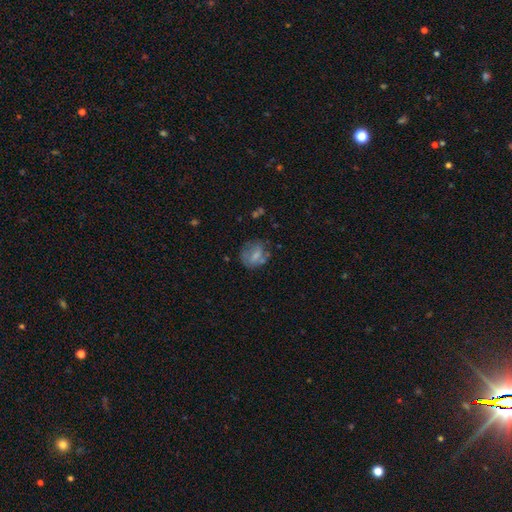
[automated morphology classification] A smooth galaxy with no disk features (60%) that is round (65%).

Vote fractions:
- Smooth or featured? smooth: 60% / featured or disk: 30% / star or artifact: 10%
- How rounded? round: 65% / in between: 34% / cigar-shaped: 1%
- Merging? none: 53% / minor disturbance: 25% / major disturbance: 17% / merger: 5%